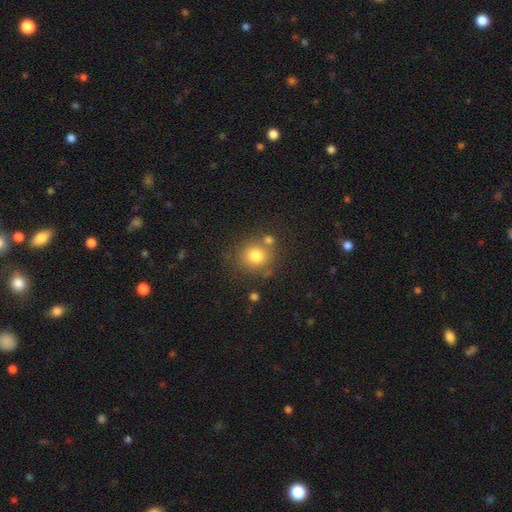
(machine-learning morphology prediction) This appears to be a smooth galaxy with no disk features (79%) that is round (83%). Merging: none (68%).